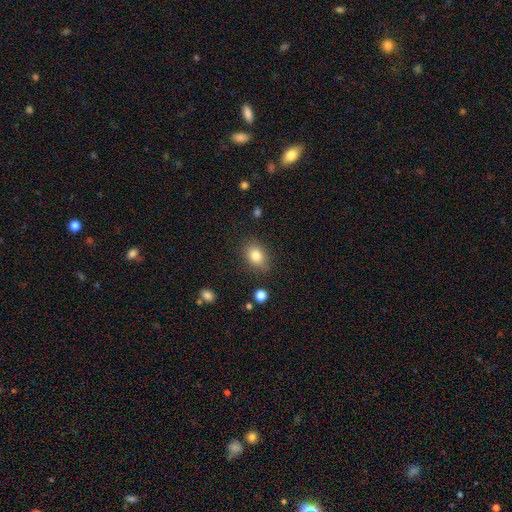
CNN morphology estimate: type=smooth (82%); roundness=in between (66%); merging=none (81%).